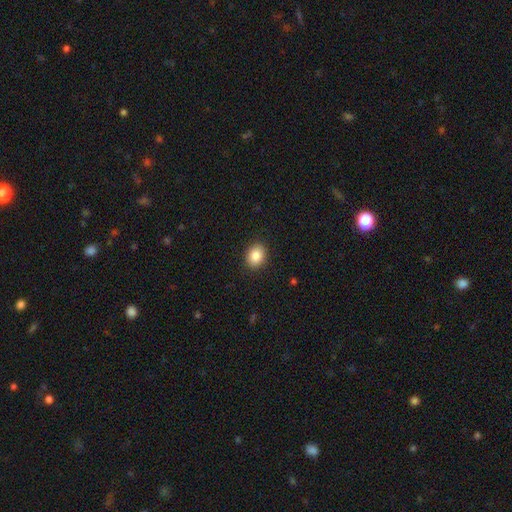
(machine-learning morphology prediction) smooth_or_featured: smooth (p=0.86) [alt: star or artifact p=0.08]
how_rounded: in between (p=0.55) [alt: round p=0.44]
merging: none (p=0.90) [alt: minor disturbance p=0.07]